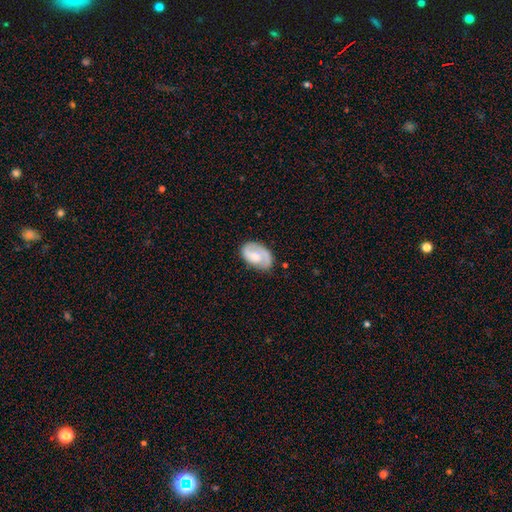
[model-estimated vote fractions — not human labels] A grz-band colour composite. It shows a featured or disk galaxy (58%) with no bar (62%), spiral arms (85%) and a moderate central bulge (33%). Merging: none (68%).